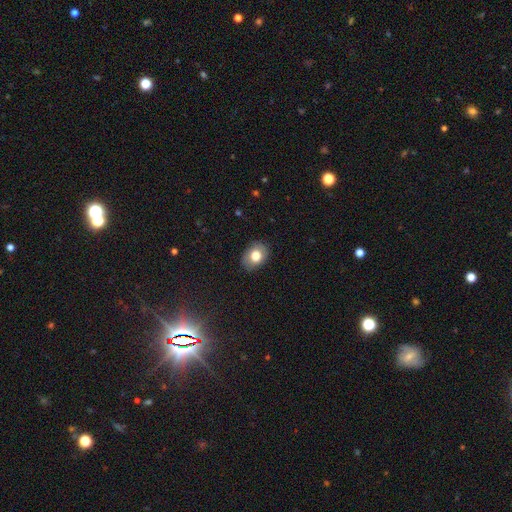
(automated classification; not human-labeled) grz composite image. It shows a smooth galaxy with no disk features (75%) that is in between round and cigar-shaped (67%). Merging: none (83%).